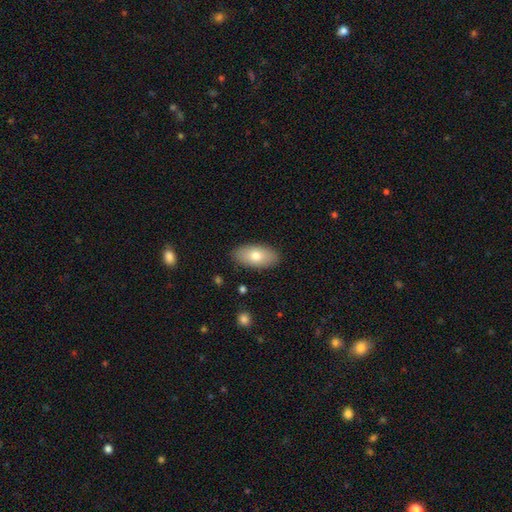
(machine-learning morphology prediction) Smooth or featured? smooth (76%)
How rounded? in between (93%)
Merging? none (88%)